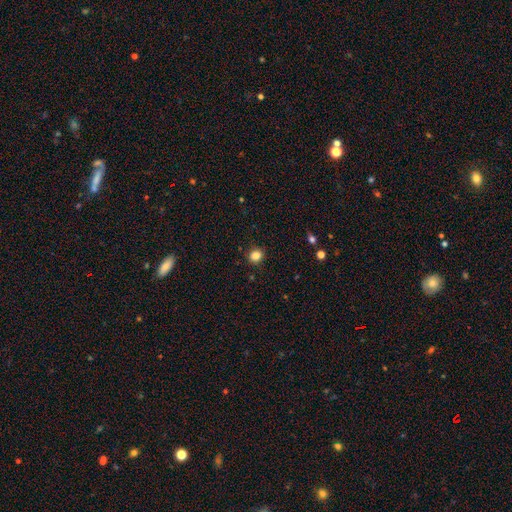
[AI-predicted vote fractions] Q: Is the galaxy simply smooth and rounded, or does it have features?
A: smooth — 85%.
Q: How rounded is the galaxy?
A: round — 77%.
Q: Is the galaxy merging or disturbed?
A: none — 89%.